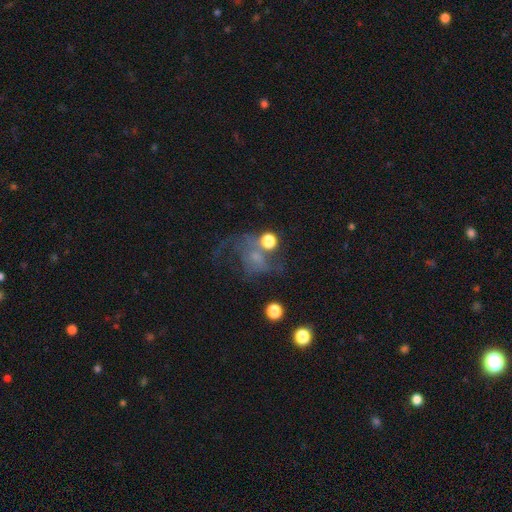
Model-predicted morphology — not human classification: A featured or disk galaxy (54%) with no bar (73%), spiral arms (68%) and a small central bulge (44%). Merging: major disturbance (36%).